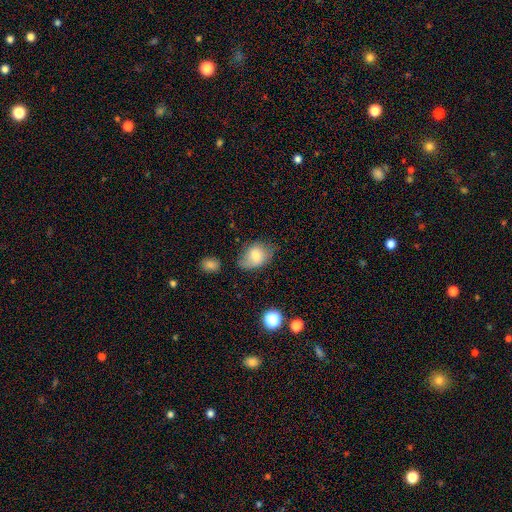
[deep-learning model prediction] smooth_or_featured: smooth (p=0.73) [alt: featured or disk p=0.18]
how_rounded: in between (p=0.76) [alt: round p=0.22]
merging: none (p=0.55) [alt: minor disturbance p=0.32]